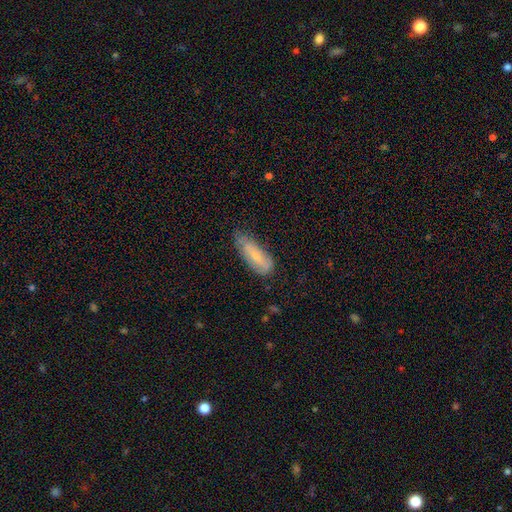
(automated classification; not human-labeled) This appears to be a smooth galaxy with no disk features (54%) that is in between round and cigar-shaped (69%). Merging: none (58%).